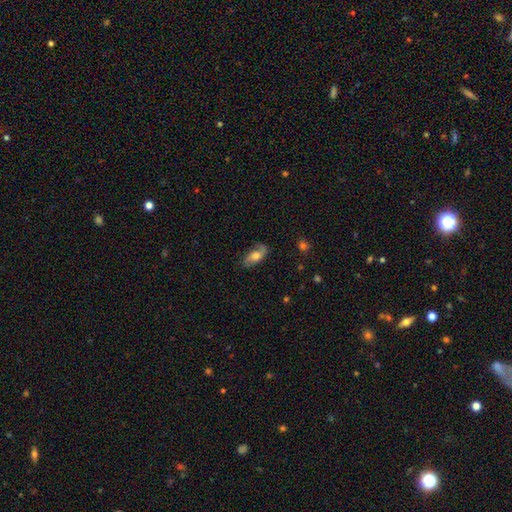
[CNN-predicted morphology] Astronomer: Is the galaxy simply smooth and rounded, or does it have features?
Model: smooth — 47% (runner-up: featured or disk, 46%).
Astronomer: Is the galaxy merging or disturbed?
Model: none — 75%.